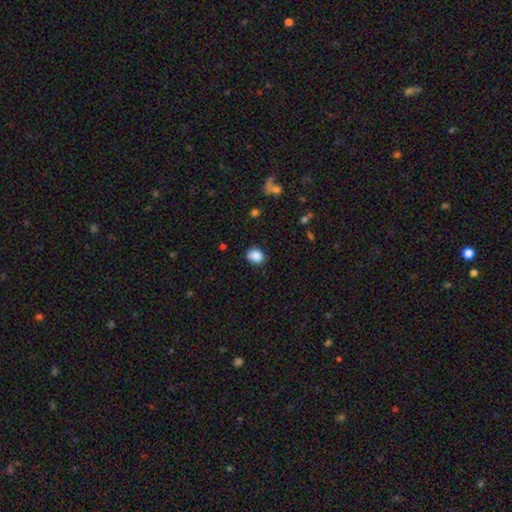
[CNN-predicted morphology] Q: Smooth or featured?
A: smooth (88%); runner-up: star or artifact (9%)
Q: How rounded?
A: round (53%); runner-up: in between (46%)
Q: Merging?
A: none (84%); runner-up: minor disturbance (12%)